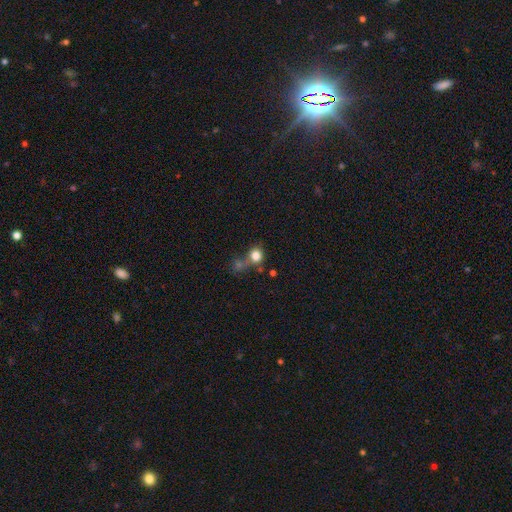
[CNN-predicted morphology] Smooth or featured?
  - smooth: 80% *
  - star or artifact: 12%
  - featured or disk: 8%
How rounded?
  - round: 81% *
  - in between: 17%
  - cigar-shaped: 1%
Merging?
  - none: 50% *
  - merger: 30%
  - minor disturbance: 13%
  - major disturbance: 8%